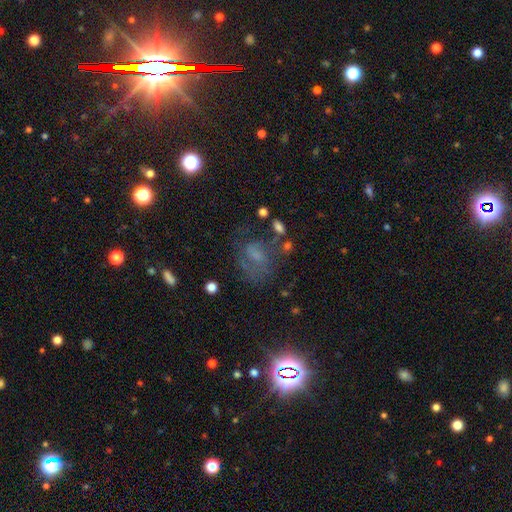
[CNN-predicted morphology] type=featured or disk (42%); merging=none (48%).